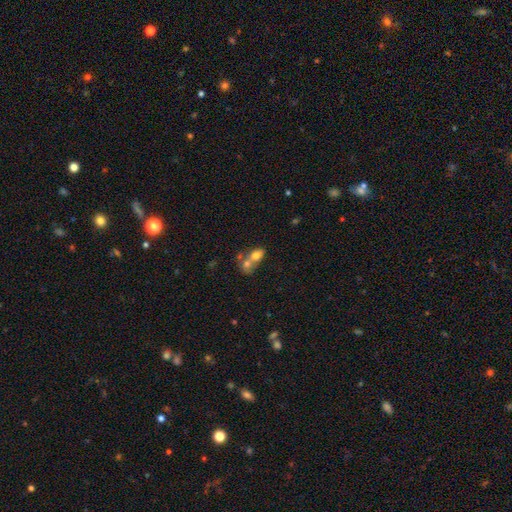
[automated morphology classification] Smooth or featured: smooth — 71% (featured or disk — 20%)
How rounded: in between — 74% (round — 24%)
Merging: merger — 70% (none — 19%)